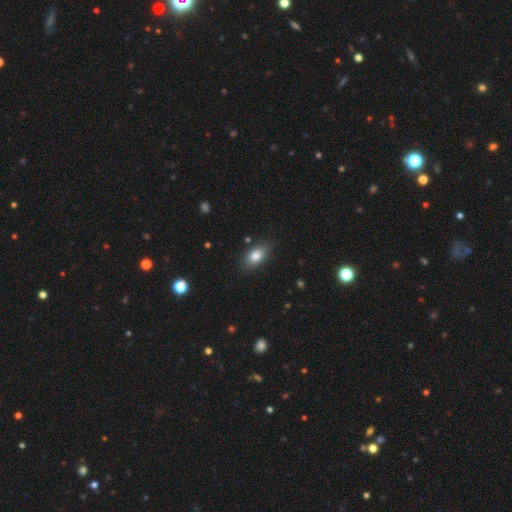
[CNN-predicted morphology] A smooth galaxy with no disk features (82%) that is in between round and cigar-shaped (86%). Merging: none (82%).